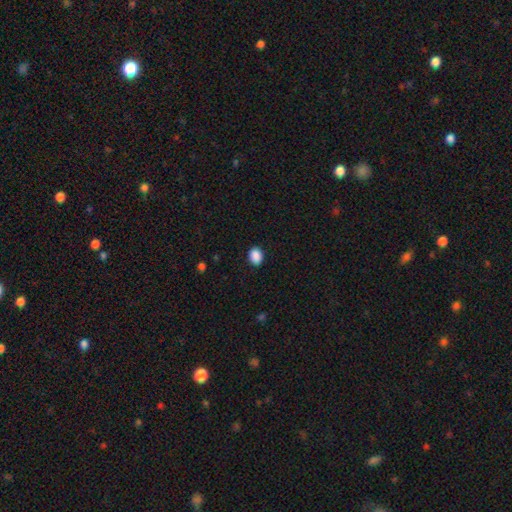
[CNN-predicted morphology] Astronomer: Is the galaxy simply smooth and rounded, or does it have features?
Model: smooth — 89%.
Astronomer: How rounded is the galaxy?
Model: in between — 68%.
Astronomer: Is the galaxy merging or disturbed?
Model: none — 89%.